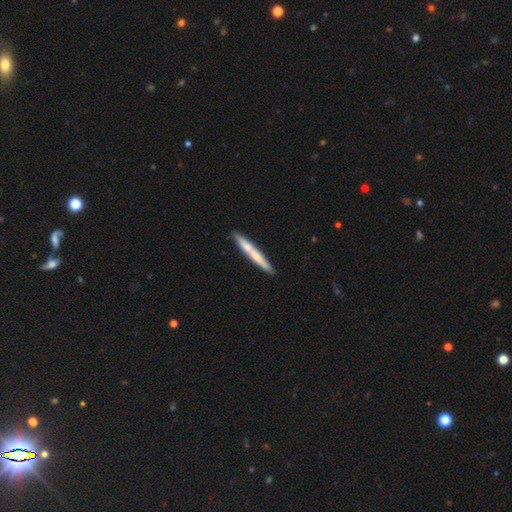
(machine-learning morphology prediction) This is possibly a smooth galaxy (57%). How rounded: clearly cigar-shaped (96%). Merging: likely none (79%).